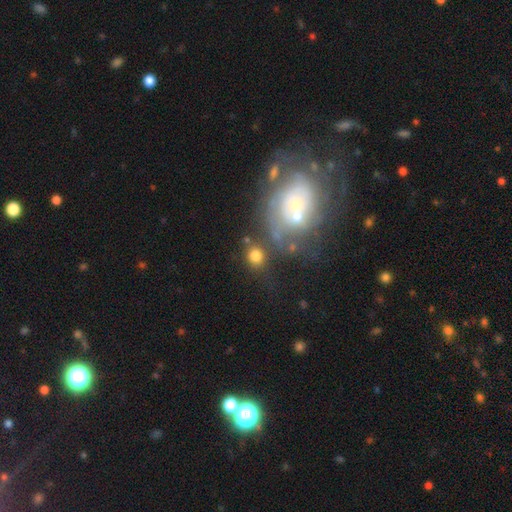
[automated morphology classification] smooth-or-featured: smooth: 77% | featured or disk: 12% | star or artifact: 11%
  how-rounded: round: 73% | in between: 26% | cigar-shaped: 1%
  merging: none: 70% | minor disturbance: 12% | merger: 11% | major disturbance: 7%